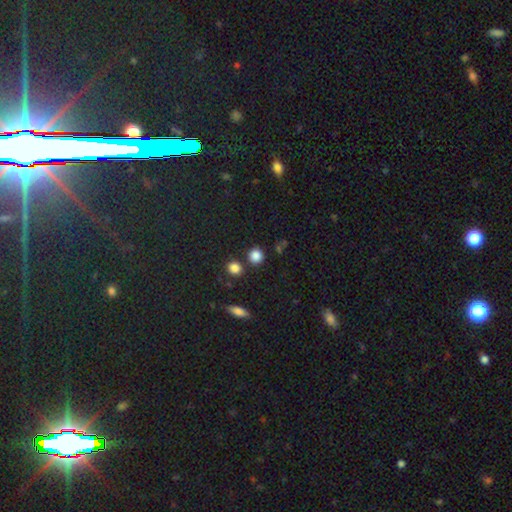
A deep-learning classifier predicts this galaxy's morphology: The model was most divided on "merging": none: 80%, merger: 10%, minor disturbance: 8%, major disturbance: 3%. More confident: how rounded — round (86%); smooth or featured — smooth (84%).